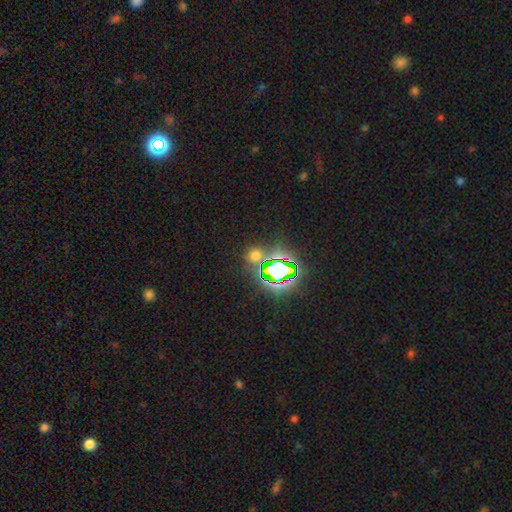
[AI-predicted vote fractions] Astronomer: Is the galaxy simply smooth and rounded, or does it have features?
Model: star or artifact — 48% (runner-up: smooth, 44%).